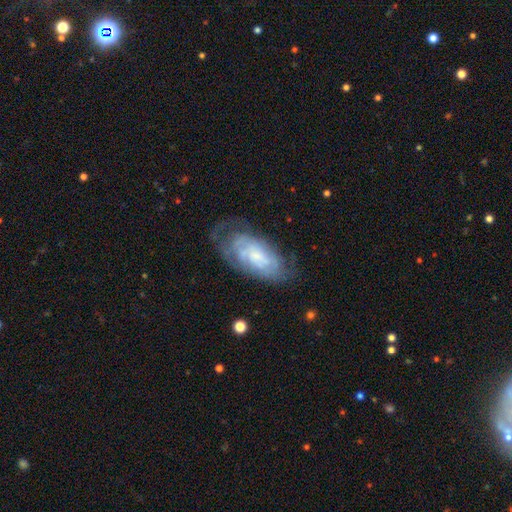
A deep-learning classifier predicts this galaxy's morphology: smooth_or_featured: featured or disk (p=0.63) [alt: smooth p=0.29]
disk_edge_on: no (p=0.92) [alt: yes p=0.08]
bar: no (p=0.71) [alt: weak p=0.25]
has_spiral_arms: yes (p=0.77) [alt: no p=0.23]
bulge_size: small (p=0.47) [alt: moderate p=0.28]
merging: none (p=0.58) [alt: minor disturbance p=0.25]